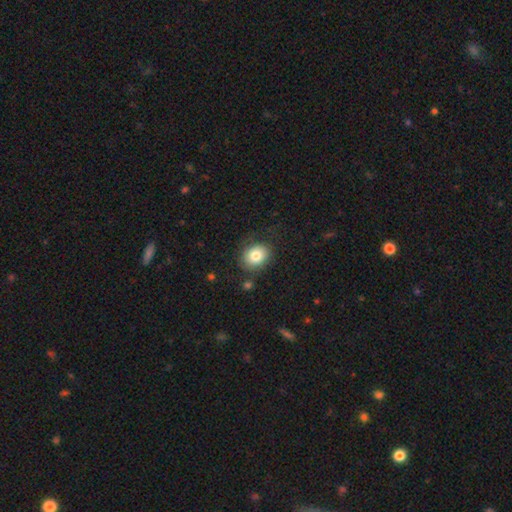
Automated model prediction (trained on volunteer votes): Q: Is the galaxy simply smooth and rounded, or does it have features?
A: smooth — 80%.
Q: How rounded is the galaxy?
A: round — 54%.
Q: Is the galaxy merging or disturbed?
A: none — 74%.